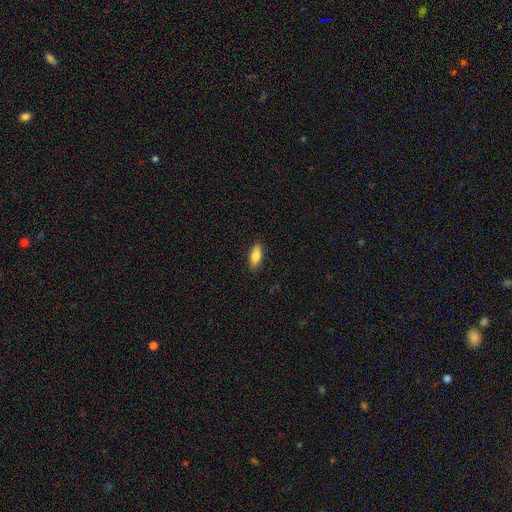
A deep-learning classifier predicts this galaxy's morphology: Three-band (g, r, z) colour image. It shows a smooth galaxy with no disk features (80%) that is in between round and cigar-shaped (83%). Merging: none (89%).